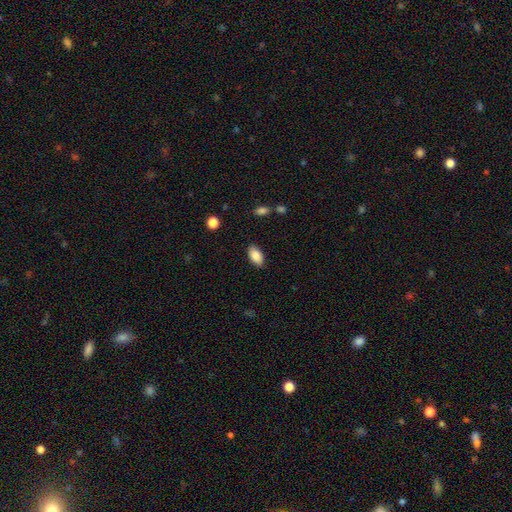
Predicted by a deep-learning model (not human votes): A smooth galaxy with no disk features (86%) that is in between round and cigar-shaped (93%).

Vote fractions:
- Smooth or featured? smooth: 86% / featured or disk: 7% / star or artifact: 7%
- How rounded? in between: 93% / round: 3% / cigar-shaped: 3%
- Merging? none: 86% / minor disturbance: 10% / major disturbance: 2% / merger: 1%